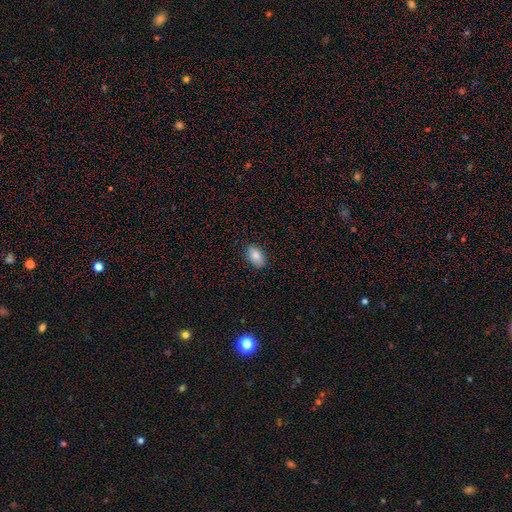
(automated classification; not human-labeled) smooth-or-featured: smooth: 85% | featured or disk: 8% | star or artifact: 7%
  how-rounded: in between: 91% | round: 7% | cigar-shaped: 2%
  merging: none: 86% | minor disturbance: 11% | major disturbance: 2% | merger: 1%